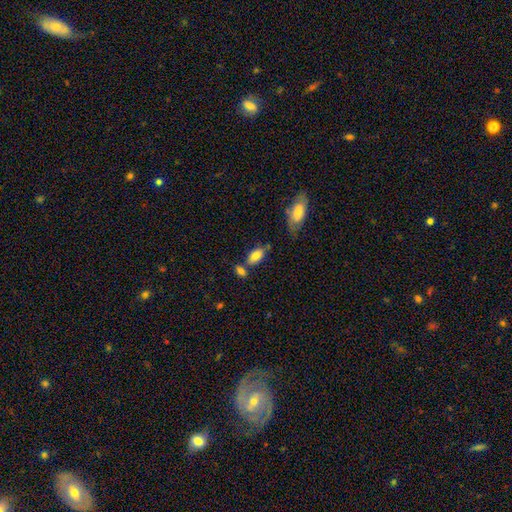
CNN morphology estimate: A smooth galaxy with no disk features (81%) that is in between round and cigar-shaped (91%). Merging: none (58%).